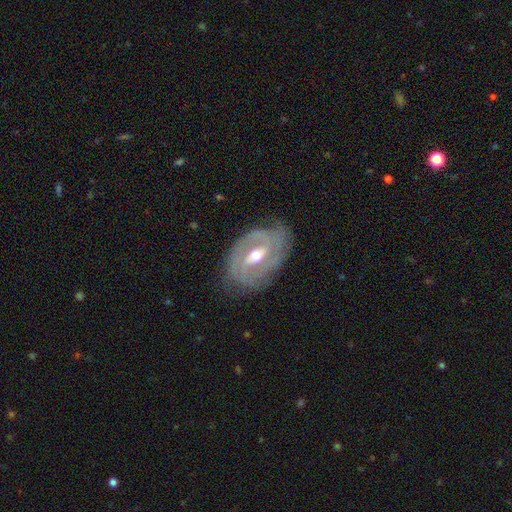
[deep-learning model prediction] This is clearly a featured or disk galaxy (83%). It is clearly not viewed edge-on (94%). Bar: marginally weak (42%). Spiral arm pattern: clearly yes (88%). Spiral arm count: possibly 2 (51%). Spiral winding: possibly tight (60%). Central bulge: likely moderate (69%). Merging: likely none (74%).